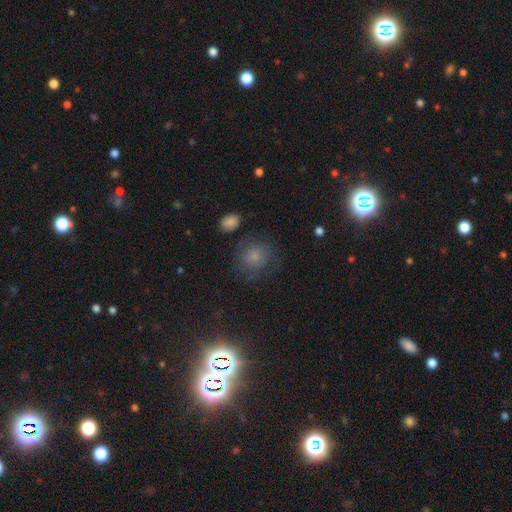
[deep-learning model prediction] A smooth galaxy with no disk features (60%) that is round (81%).

Vote fractions:
- Smooth or featured? smooth: 60% / featured or disk: 20% / star or artifact: 19%
- How rounded? round: 81% / in between: 18% / cigar-shaped: 1%
- Merging? none: 66% / minor disturbance: 19% / major disturbance: 12% / merger: 3%